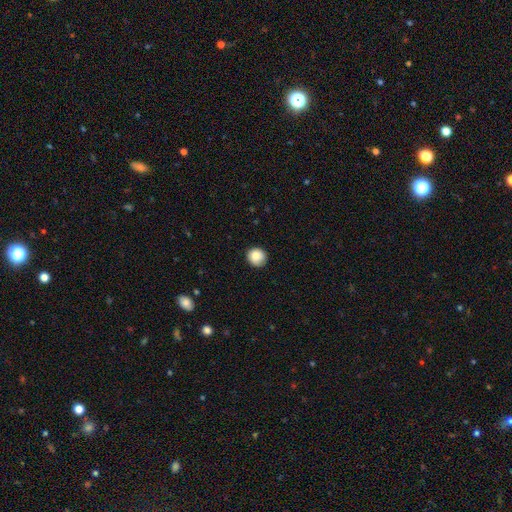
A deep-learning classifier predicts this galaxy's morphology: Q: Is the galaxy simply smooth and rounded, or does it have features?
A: smooth — 86%.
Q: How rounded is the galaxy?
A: round — 91%.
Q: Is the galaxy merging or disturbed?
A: none — 86%.